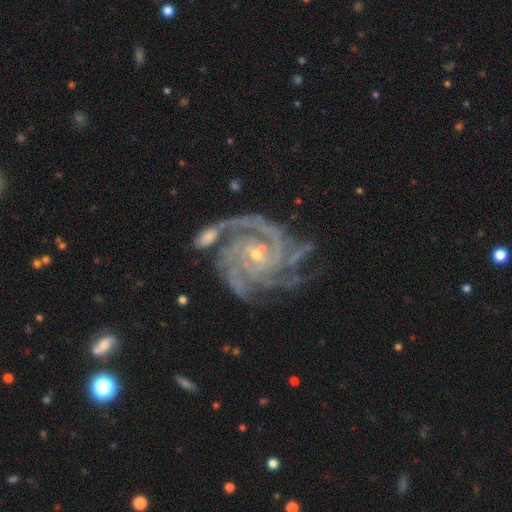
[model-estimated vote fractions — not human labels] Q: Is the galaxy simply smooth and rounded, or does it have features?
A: featured or disk — 92%.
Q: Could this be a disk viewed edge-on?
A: no — 98%.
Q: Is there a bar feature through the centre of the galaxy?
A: no — 57%.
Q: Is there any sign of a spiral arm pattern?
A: yes — 99%.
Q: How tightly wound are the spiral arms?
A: tight — 70%.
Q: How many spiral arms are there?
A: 4 — 34%.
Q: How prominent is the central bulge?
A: small — 79%.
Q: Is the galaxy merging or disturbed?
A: none — 58%.